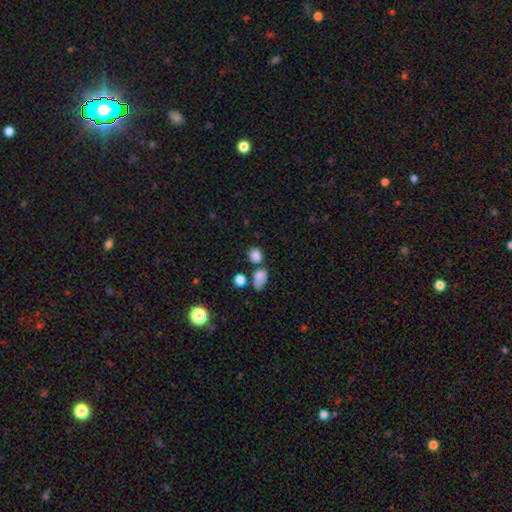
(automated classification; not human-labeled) Morphology: type=smooth (82%); roundness=round (67%); merging=none (61%).